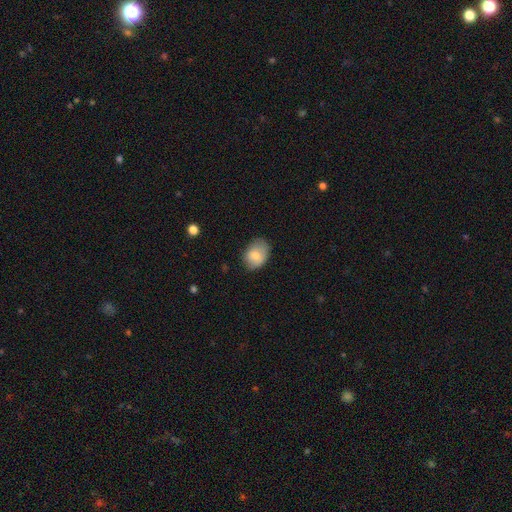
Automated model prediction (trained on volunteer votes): A smooth galaxy with no disk features (78%) that is in between round and cigar-shaped (72%).

Vote fractions:
- Smooth or featured? smooth: 78% / featured or disk: 15% / star or artifact: 8%
- How rounded? in between: 72% / round: 27% / cigar-shaped: 1%
- Merging? none: 67% / minor disturbance: 26% / major disturbance: 6% / merger: 1%